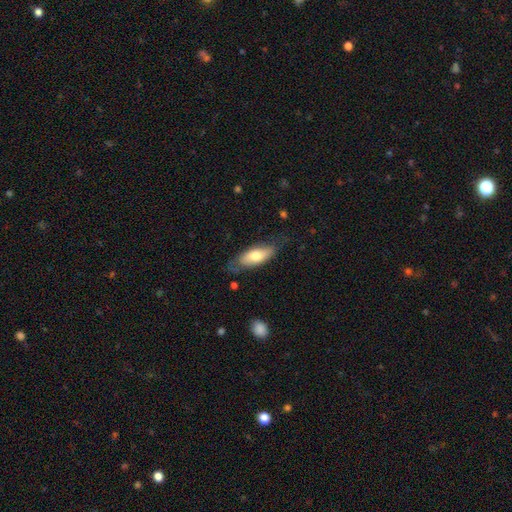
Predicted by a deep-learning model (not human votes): smooth 67%, featured or disk 27%, star or artifact 6%. Down the decision tree: how rounded — in between (74%); merging — none (65%).